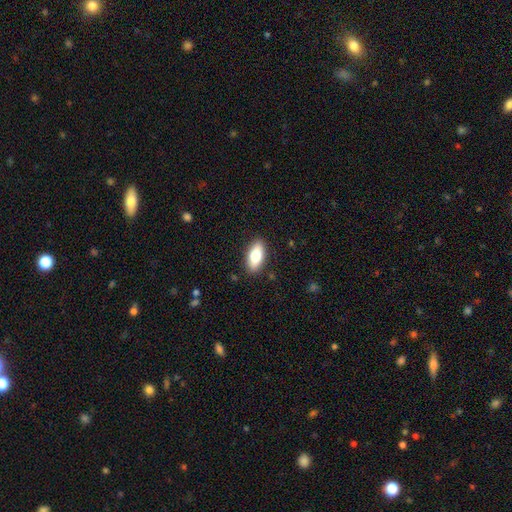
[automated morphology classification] Smooth or featured?
  - smooth: 75% *
  - featured or disk: 18%
  - star or artifact: 7%
How rounded?
  - in between: 86% *
  - cigar-shaped: 11%
  - round: 3%
Merging?
  - none: 88% *
  - minor disturbance: 9%
  - major disturbance: 2%
  - merger: 1%